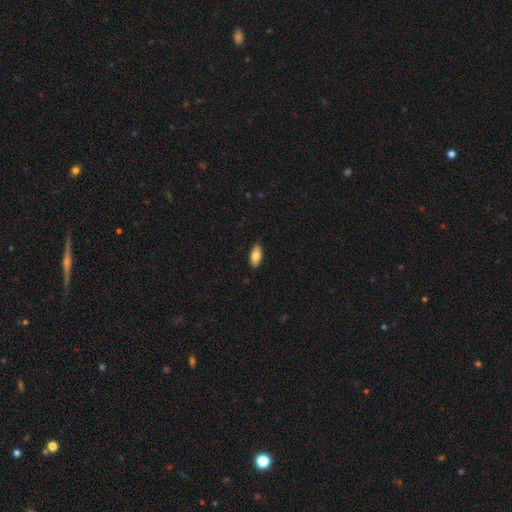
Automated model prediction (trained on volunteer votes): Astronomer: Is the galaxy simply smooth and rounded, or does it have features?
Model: smooth — 81%.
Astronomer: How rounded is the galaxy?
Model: in between — 89%.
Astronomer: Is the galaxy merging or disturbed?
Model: none — 89%.